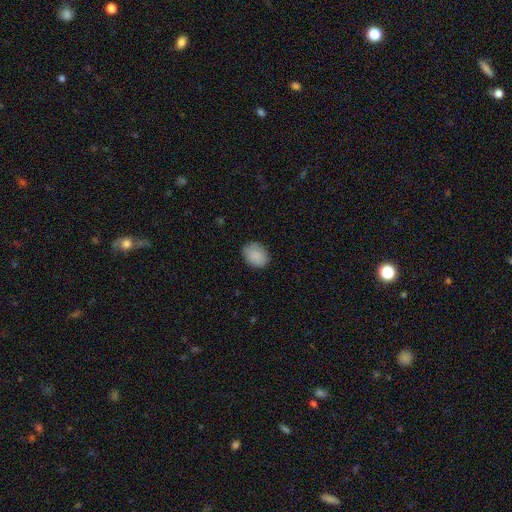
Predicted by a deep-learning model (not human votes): smooth_or_featured: smooth (p=0.89) [alt: star or artifact p=0.07]
how_rounded: in between (p=0.66) [alt: round p=0.33]
merging: none (p=0.84) [alt: minor disturbance p=0.13]